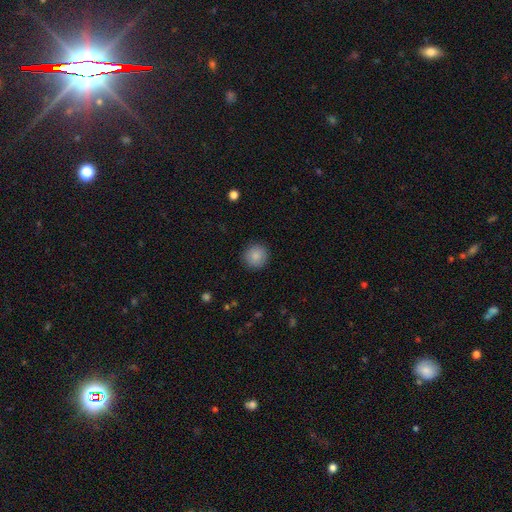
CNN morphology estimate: Smooth or featured?
  - smooth: 87% *
  - star or artifact: 8%
  - featured or disk: 5%
How rounded?
  - round: 94% *
  - in between: 5%
  - cigar-shaped: 1%
Merging?
  - none: 91% *
  - minor disturbance: 6%
  - major disturbance: 2%
  - merger: 1%